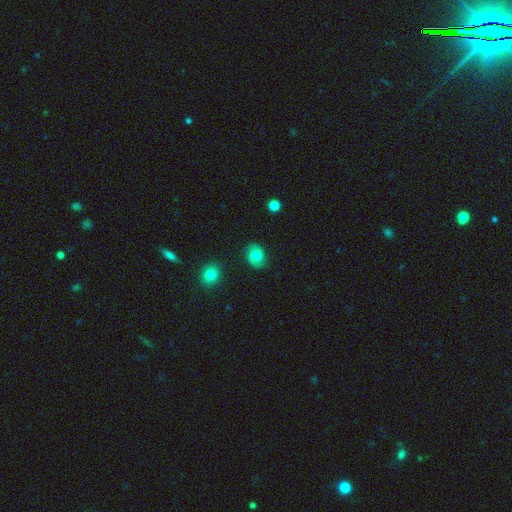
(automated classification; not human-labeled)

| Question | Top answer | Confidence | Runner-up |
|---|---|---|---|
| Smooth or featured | smooth | 70% | featured or disk (21%) |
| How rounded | in between | 56% | round (43%) |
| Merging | none | 85% | minor disturbance (11%) |